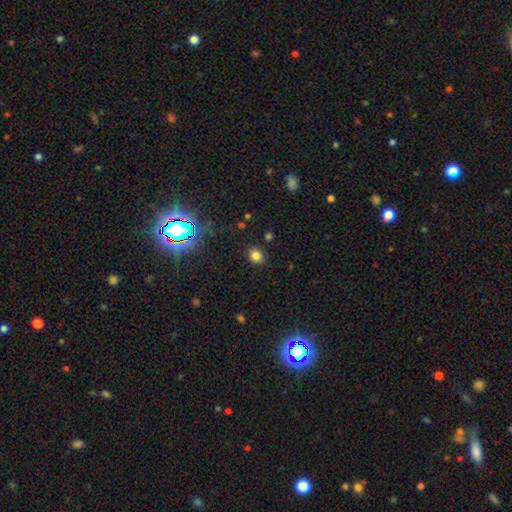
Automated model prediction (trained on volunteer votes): Smooth or featured? smooth (79%)
How rounded? round (72%)
Merging? none (87%)